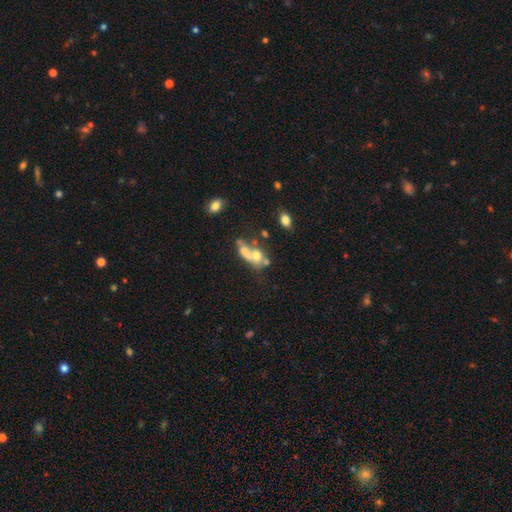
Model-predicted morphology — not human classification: smooth 49%, featured or disk 38%, star or artifact 13%. Down the decision tree: merging — merger (55%).